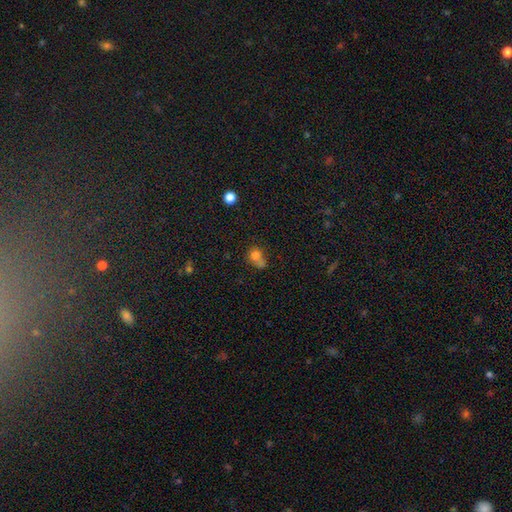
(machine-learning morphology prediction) Smooth or featured? smooth (76%)
How rounded? round (75%)
Merging? merger (46%)